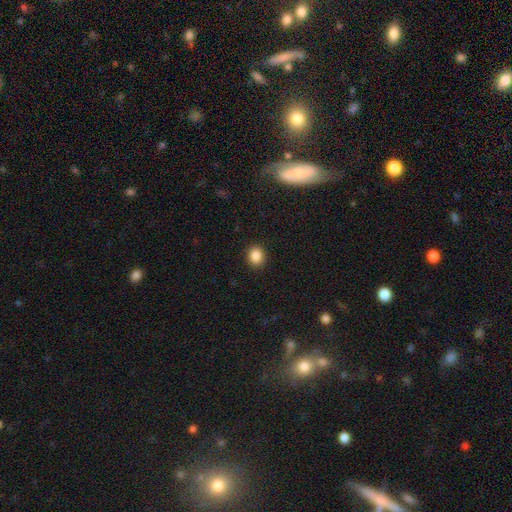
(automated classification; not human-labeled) Smooth or featured? Predicted: smooth (p=0.87). How rounded? Predicted: round (p=0.71). Merging? Predicted: none (p=0.91).